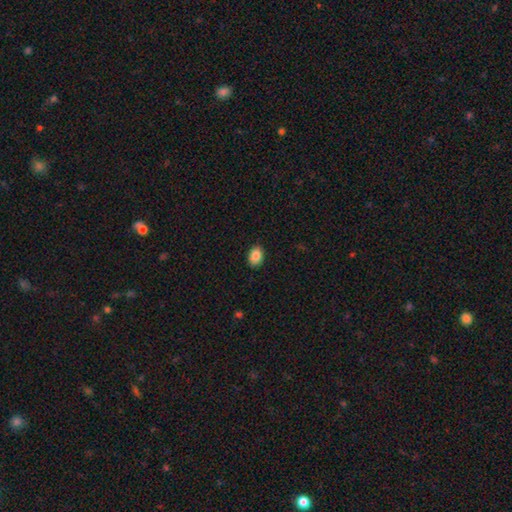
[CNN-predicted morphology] The model was most divided on "how rounded": in between: 80%, round: 19%, cigar-shaped: 1%. More confident: merging — none (89%); smooth or featured — smooth (86%).